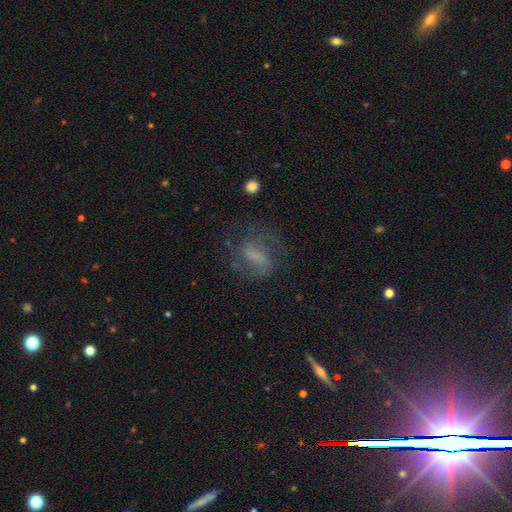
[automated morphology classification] A featured or disk galaxy (67%) with a weak bar (42%), 2 (70%) medium (50%) spiral arms (87%) and no central bulge (43%).

Vote fractions:
- Smooth or featured? featured or disk: 67% / smooth: 22% / star or artifact: 11%
- Edge-on disk? no: 96% / yes: 4%
- Bar? weak: 42% / strong: 36% / no: 22%
- Spiral arms? yes: 87% / no: 13%
- Spiral winding? medium: 50% / tight: 25% / loose: 24%
- Spiral arm count? 2: 70% / can't tell: 16% / 1: 6% / 3: 5% / 4: 2% / more than 4: 2%
- Bulge size? none: 43% / small: 25% / moderate: 20% / large: 9% / dominant: 2%
- Merging? none: 62% / minor disturbance: 18% / major disturbance: 18% / merger: 2%